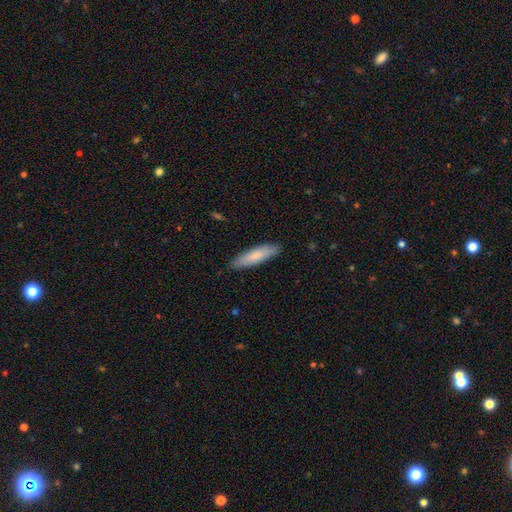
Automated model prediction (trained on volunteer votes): A smooth galaxy with no disk features (76%) that is cigar-shaped (70%).

Vote fractions:
- Smooth or featured? smooth: 76% / featured or disk: 19% / star or artifact: 5%
- How rounded? cigar-shaped: 70% / in between: 29% / round: 1%
- Merging? none: 88% / minor disturbance: 9% / major disturbance: 2% / merger: 1%